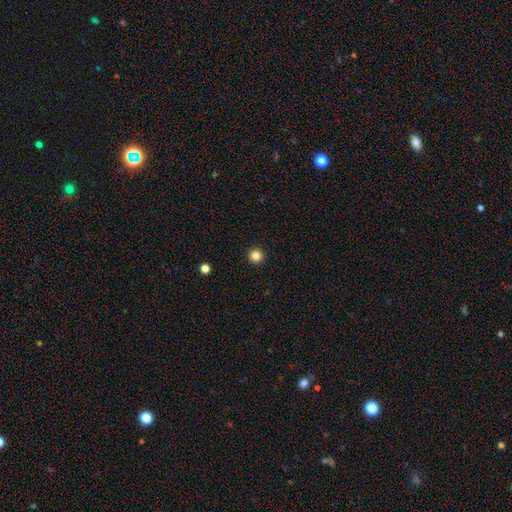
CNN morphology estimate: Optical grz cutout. It shows a smooth galaxy with no disk features (84%) that is round (97%). Merging: none (94%).